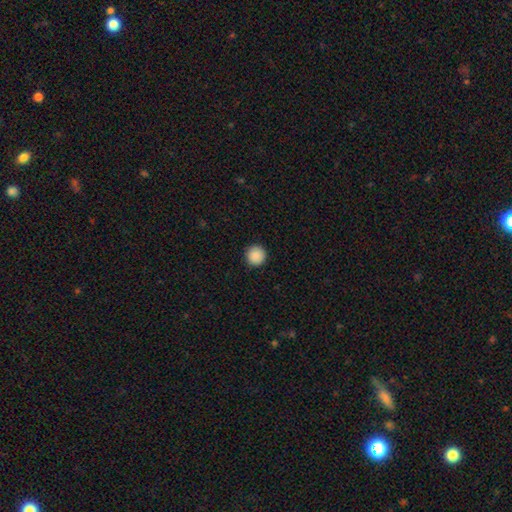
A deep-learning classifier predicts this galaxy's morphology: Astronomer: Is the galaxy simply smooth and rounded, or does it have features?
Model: smooth — 90%.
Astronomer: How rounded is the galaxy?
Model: round — 96%.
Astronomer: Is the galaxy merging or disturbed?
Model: none — 93%.